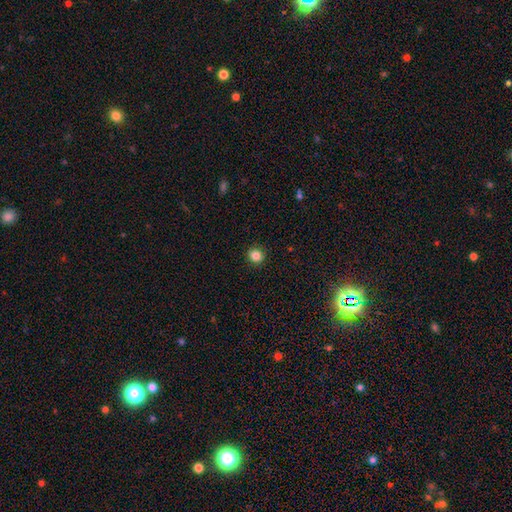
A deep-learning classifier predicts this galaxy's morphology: This appears to be a smooth galaxy with no disk features (84%) that is round (86%). Merging: none (92%).